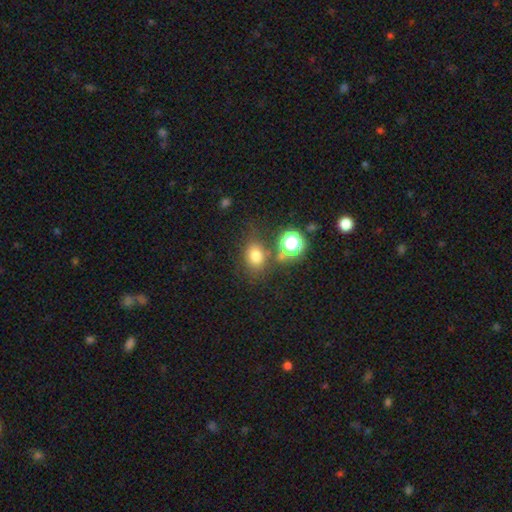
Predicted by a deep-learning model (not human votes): smooth_or_featured: smooth (p=0.72) [alt: star or artifact p=0.19]
how_rounded: in between (p=0.54) [alt: round p=0.45]
merging: none (p=0.69) [alt: minor disturbance p=0.14]